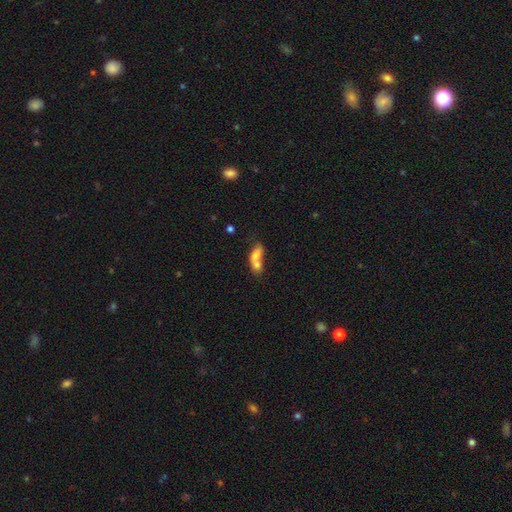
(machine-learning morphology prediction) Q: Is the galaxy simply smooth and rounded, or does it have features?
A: smooth — 69%.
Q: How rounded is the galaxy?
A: in between — 71%.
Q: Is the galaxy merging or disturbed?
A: merger — 70%.